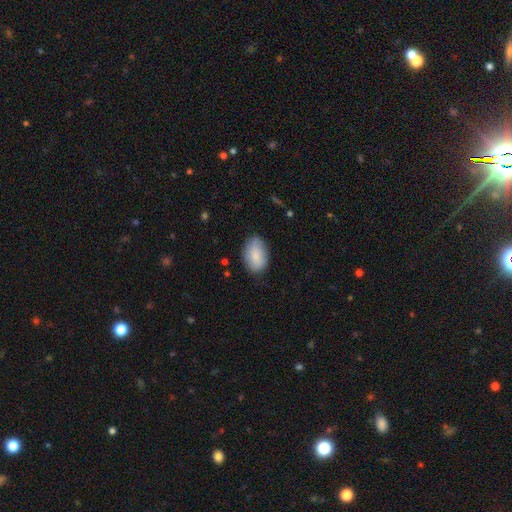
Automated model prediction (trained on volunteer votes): Q: Smooth or featured?
A: smooth (84%); runner-up: featured or disk (10%)
Q: How rounded?
A: in between (89%); runner-up: round (10%)
Q: Merging?
A: none (78%); runner-up: minor disturbance (17%)